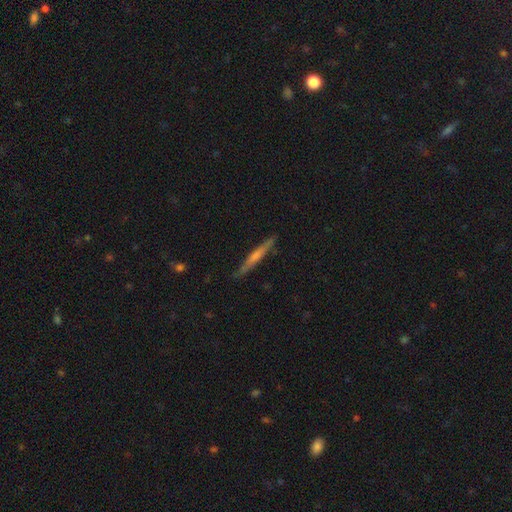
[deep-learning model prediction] Smooth or featured? Predicted: featured or disk (p=0.59). Edge-on disk? Predicted: yes (p=0.97). Edge-on bulge? Predicted: rounded (p=0.47). Merging? Predicted: none (p=0.88).